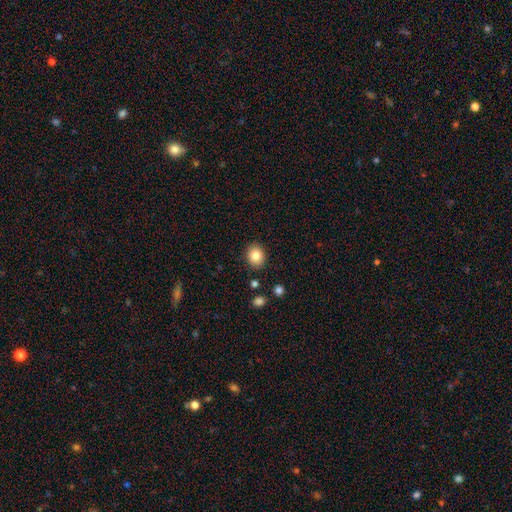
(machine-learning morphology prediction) smooth 85%, star or artifact 9%, featured or disk 7%. Down the decision tree: how rounded — round (57%); merging — none (89%).